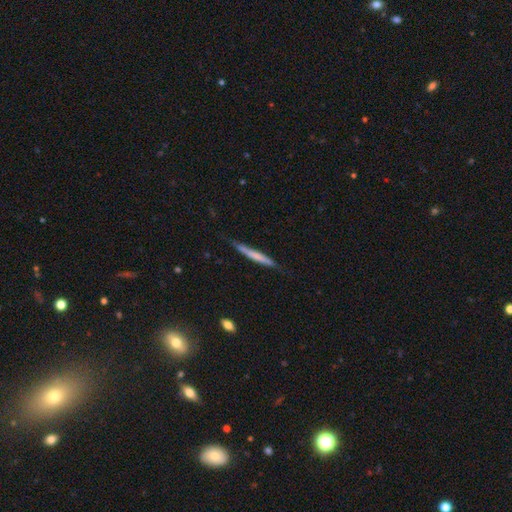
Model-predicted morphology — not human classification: A smooth galaxy with no disk features (59%) that is cigar-shaped (96%). Merging: none (76%).